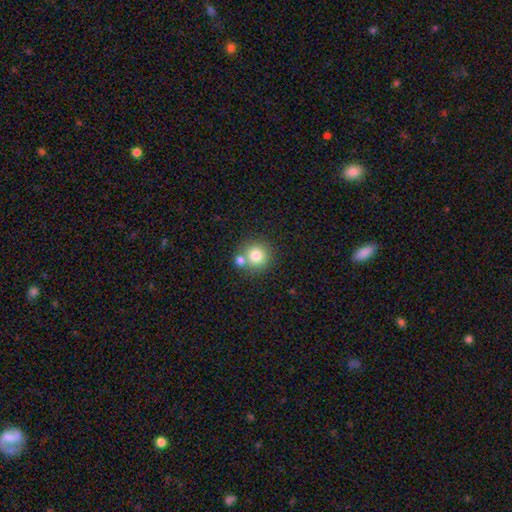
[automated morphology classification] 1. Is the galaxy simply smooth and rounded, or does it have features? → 79% smooth, 12% star or artifact, 10% featured or disk.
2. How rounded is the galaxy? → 93% round, 6% in between, 1% cigar-shaped.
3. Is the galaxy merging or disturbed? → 68% none, 22% merger, 8% minor disturbance, 3% major disturbance.